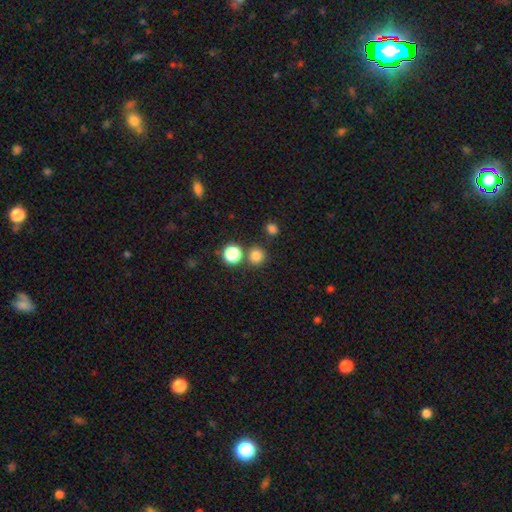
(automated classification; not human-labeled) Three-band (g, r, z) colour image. It shows a smooth galaxy with no disk features (79%) that is round (92%). Merging: none (77%).